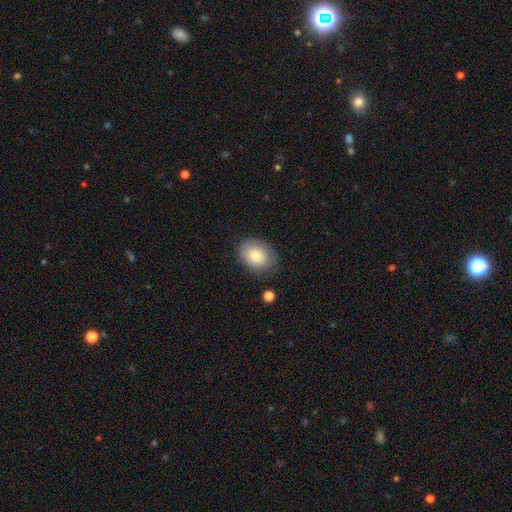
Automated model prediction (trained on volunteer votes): This appears to be a smooth galaxy with no disk features (79%) that is in between round and cigar-shaped (60%). Merging: none (80%).